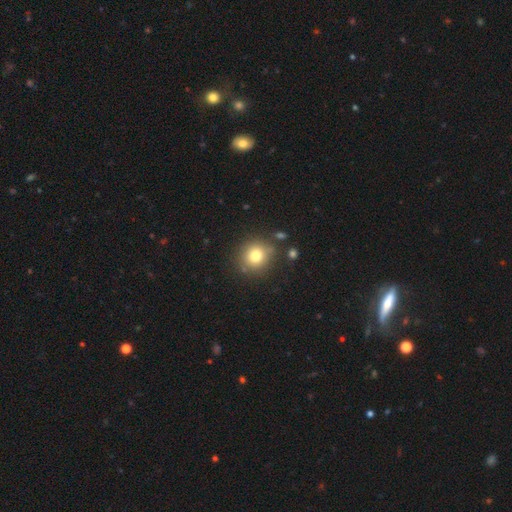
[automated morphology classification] smooth 78%, star or artifact 12%, featured or disk 10%. Down the decision tree: how rounded — round (90%); merging — none (82%).